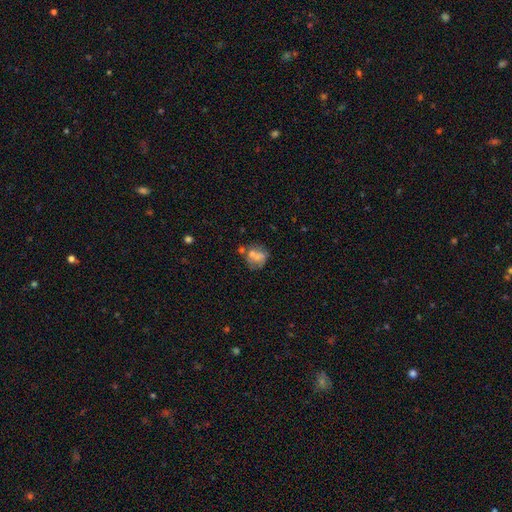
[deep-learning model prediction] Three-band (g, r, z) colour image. It shows a smooth galaxy with no disk features (53%) that is round (65%). Merging: none (40%).